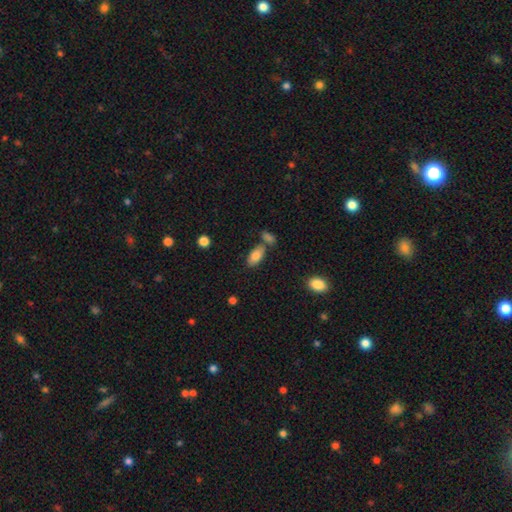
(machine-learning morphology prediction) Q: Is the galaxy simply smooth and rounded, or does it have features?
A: smooth — 80%.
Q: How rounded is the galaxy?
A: in between — 91%.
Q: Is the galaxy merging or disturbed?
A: none — 65%.